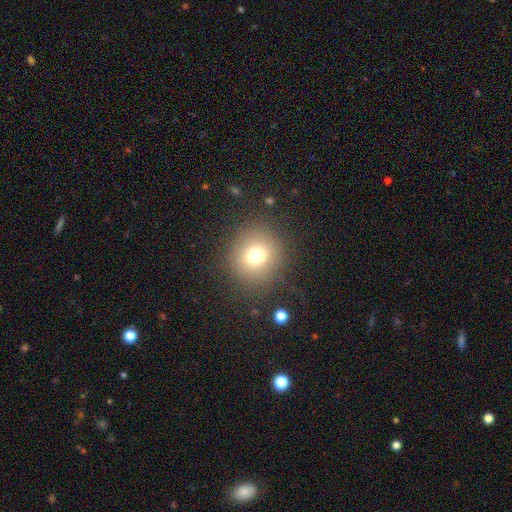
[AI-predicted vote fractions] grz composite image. It shows a smooth galaxy with no disk features (73%) that is round (91%). Merging: none (85%).